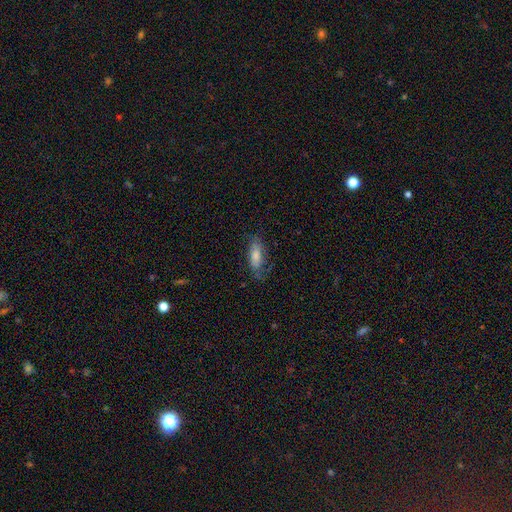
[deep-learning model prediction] Morphology: type=smooth (58%); roundness=in between (60%); merging=none (67%).